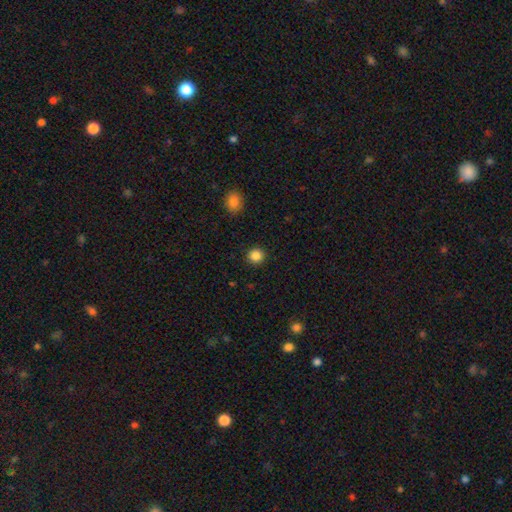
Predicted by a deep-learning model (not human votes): A smooth galaxy with no disk features (86%) that is round (93%). Merging: none (93%).